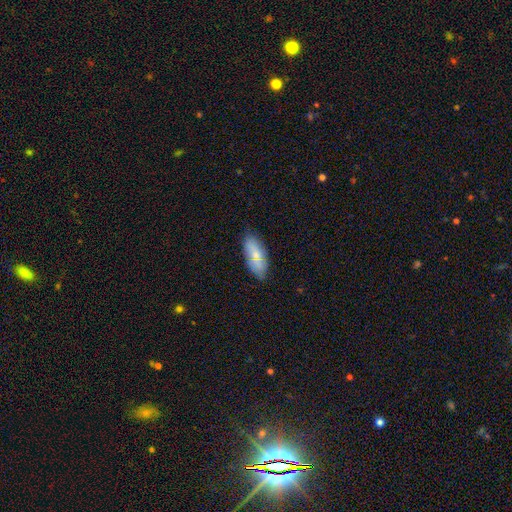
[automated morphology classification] Q: Smooth or featured?
A: smooth (75%); runner-up: featured or disk (19%)
Q: How rounded?
A: in between (79%); runner-up: cigar-shaped (19%)
Q: Merging?
A: none (75%); runner-up: minor disturbance (19%)